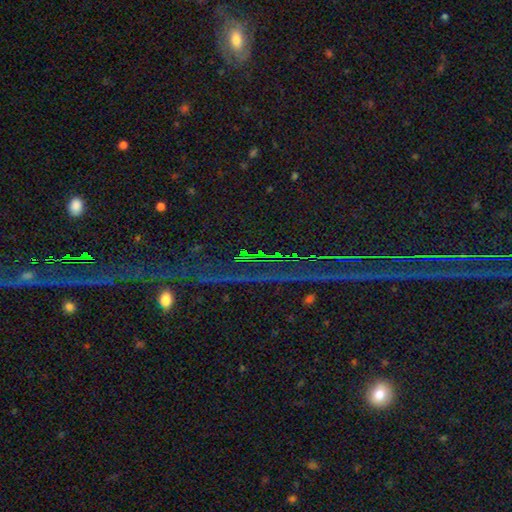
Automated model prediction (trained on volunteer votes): Smooth or featured? star or artifact (83%)